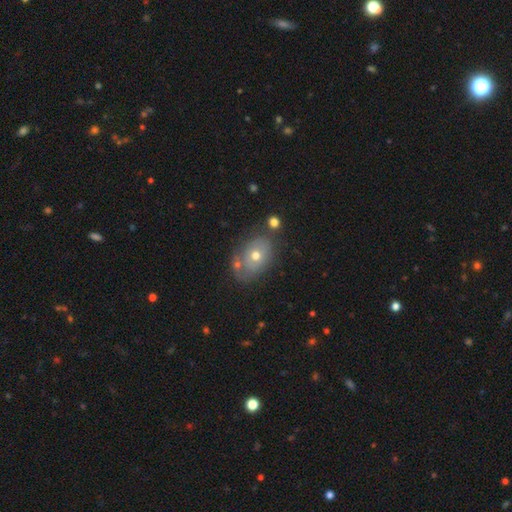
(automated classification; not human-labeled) Smooth or featured? Predicted: smooth (p=0.56). How rounded? Predicted: in between (p=0.74). Merging? Predicted: none (p=0.60).